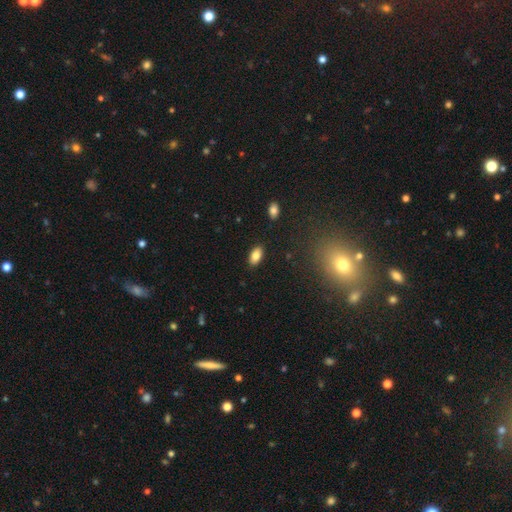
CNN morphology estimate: smooth-or-featured: smooth: 83% | featured or disk: 9% | star or artifact: 8%
  how-rounded: in between: 92% | round: 4% | cigar-shaped: 4%
  merging: none: 88% | minor disturbance: 9% | major disturbance: 2% | merger: 1%